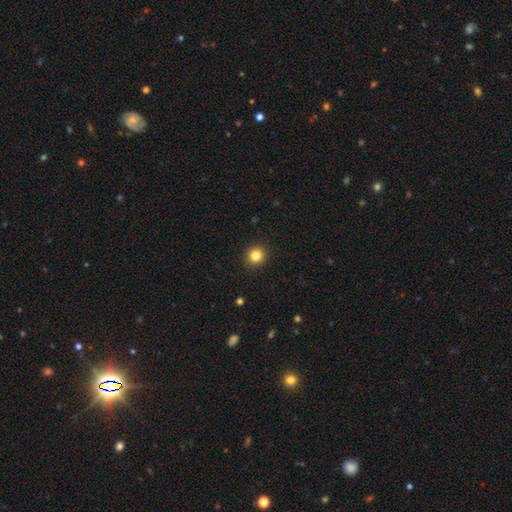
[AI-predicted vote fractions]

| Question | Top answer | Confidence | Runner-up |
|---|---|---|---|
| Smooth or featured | smooth | 84% | star or artifact (12%) |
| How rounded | round | 91% | in between (8%) |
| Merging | none | 92% | minor disturbance (5%) |